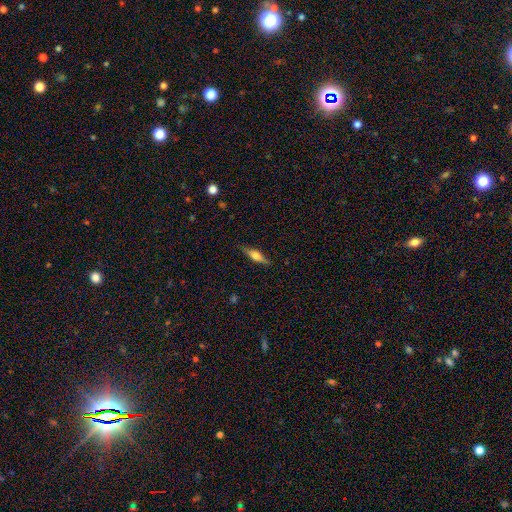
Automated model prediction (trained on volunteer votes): This is possibly a smooth galaxy (48%). Merging: clearly none (86%).